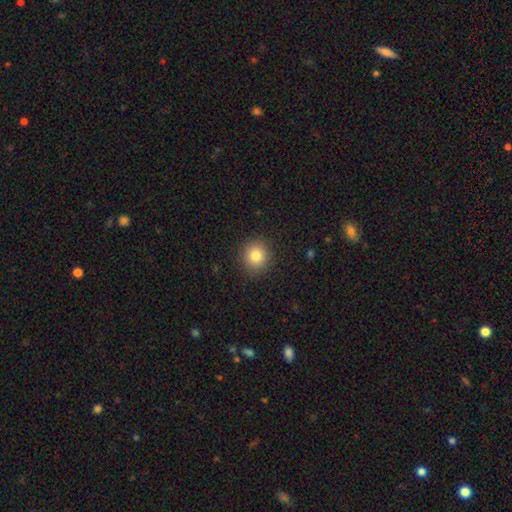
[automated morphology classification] Smooth or featured: smooth — 82% (star or artifact — 11%)
How rounded: round — 90% (in between — 9%)
Merging: none — 91% (minor disturbance — 6%)